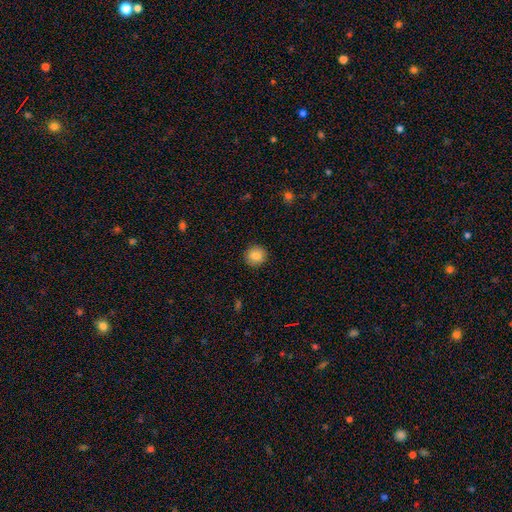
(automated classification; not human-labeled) Smooth or featured: smooth — 86% (star or artifact — 9%)
How rounded: round — 91% (in between — 8%)
Merging: none — 91% (minor disturbance — 6%)